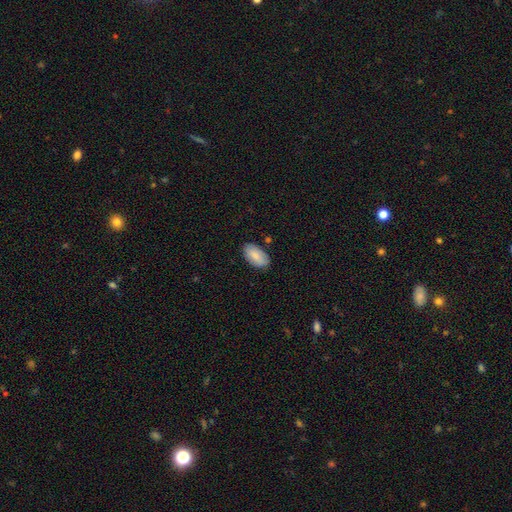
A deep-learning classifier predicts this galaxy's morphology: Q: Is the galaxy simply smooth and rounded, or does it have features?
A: smooth — 84%.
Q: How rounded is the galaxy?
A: in between — 95%.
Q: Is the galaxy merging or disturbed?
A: none — 83%.